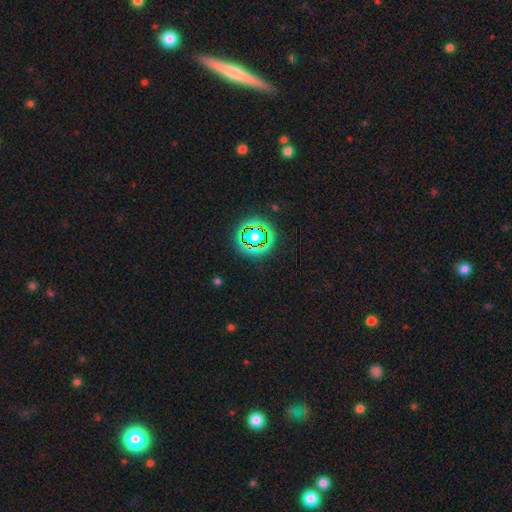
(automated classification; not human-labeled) star or artifact 76%, smooth 15%, featured or disk 10%.